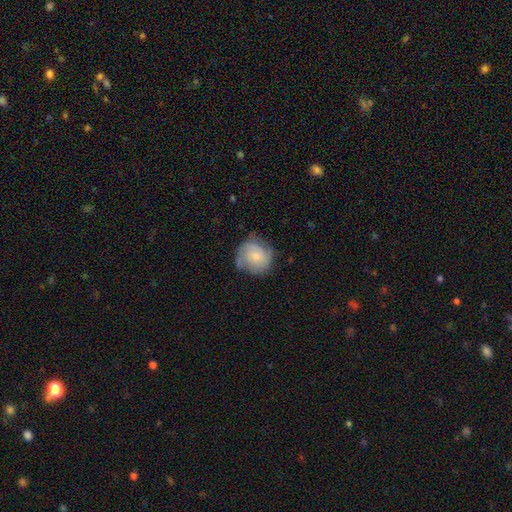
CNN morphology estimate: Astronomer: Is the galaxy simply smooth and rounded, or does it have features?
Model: featured or disk — 50% (runner-up: smooth, 43%).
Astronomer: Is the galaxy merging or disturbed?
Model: none — 61%.